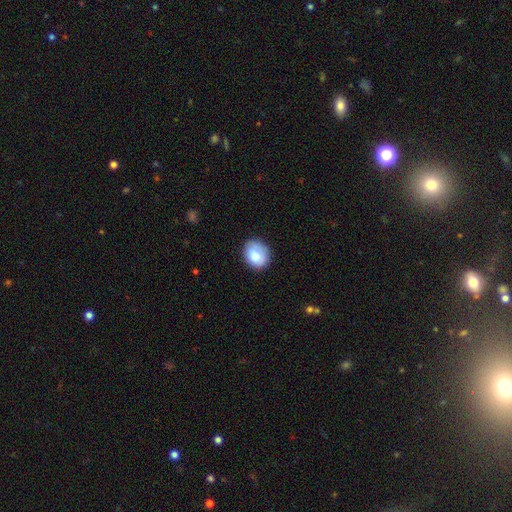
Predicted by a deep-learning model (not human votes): This appears to be a smooth galaxy with no disk features (82%) that is round (54%). Merging: none (76%).